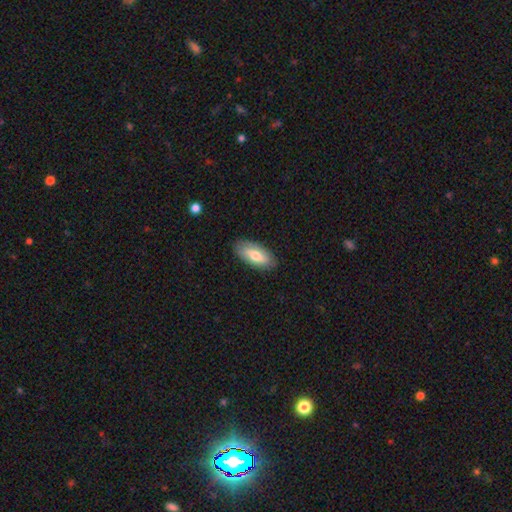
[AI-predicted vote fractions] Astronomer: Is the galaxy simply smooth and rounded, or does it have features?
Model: smooth — 66%.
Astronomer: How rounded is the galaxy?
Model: in between — 87%.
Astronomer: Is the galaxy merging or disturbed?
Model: none — 85%.